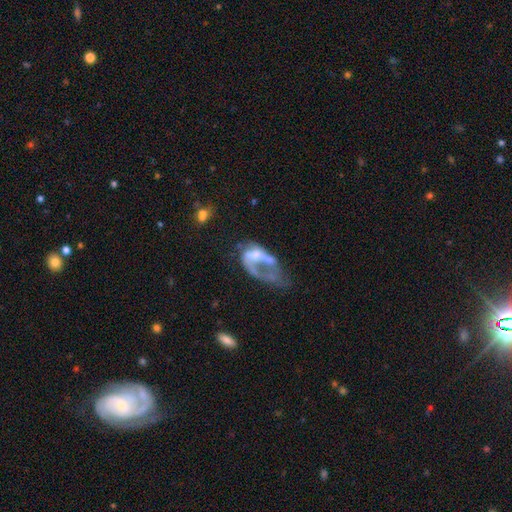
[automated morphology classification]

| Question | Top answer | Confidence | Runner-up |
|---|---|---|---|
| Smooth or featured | featured or disk | 64% | smooth (26%) |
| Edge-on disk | no | 97% | yes (3%) |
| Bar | no | 67% | weak (26%) |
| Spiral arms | no | 52% | yes (48%) |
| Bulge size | moderate | 41% | small (32%) |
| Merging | major disturbance | 53% | merger (19%) |